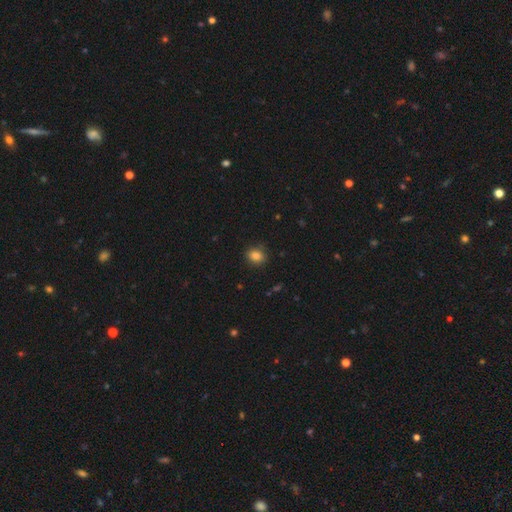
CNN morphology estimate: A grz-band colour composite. It shows a smooth galaxy with no disk features (85%) that is round (50%). Merging: none (86%).